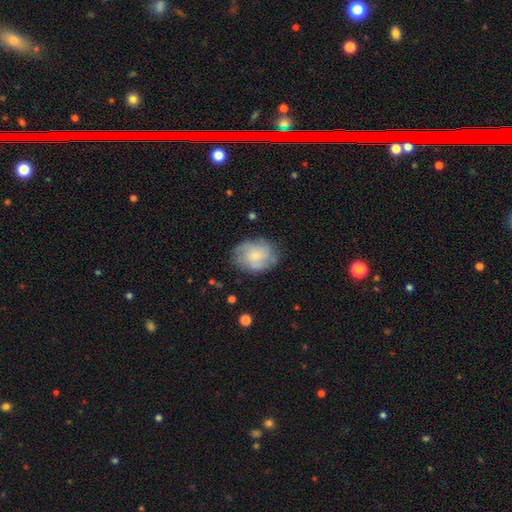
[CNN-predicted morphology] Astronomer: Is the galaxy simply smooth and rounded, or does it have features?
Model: smooth — 47% (runner-up: featured or disk, 45%).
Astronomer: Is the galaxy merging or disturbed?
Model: none — 70%.